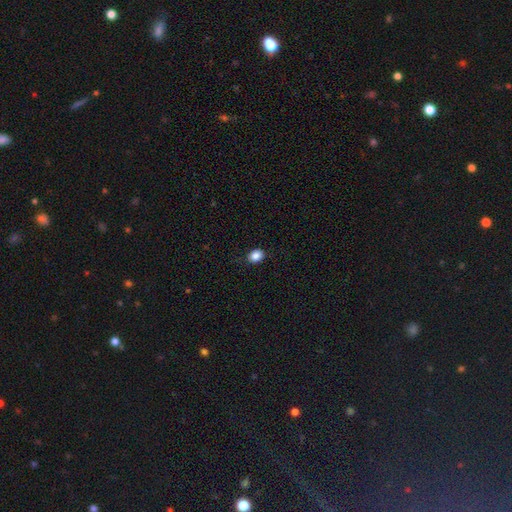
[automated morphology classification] Smooth or featured? smooth (86%)
How rounded? in between (54%)
Merging? none (85%)